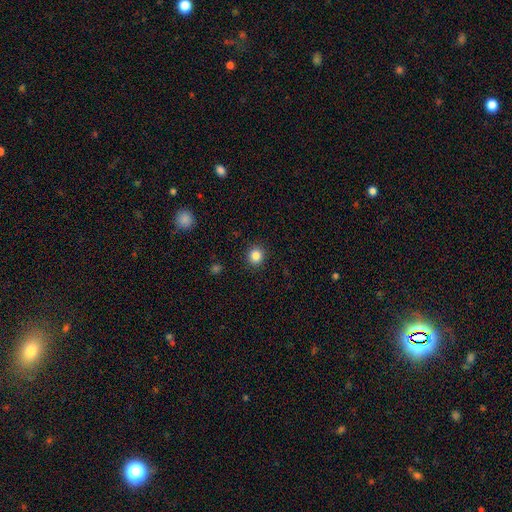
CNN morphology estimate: Smooth or featured? smooth (85%)
How rounded? round (89%)
Merging? none (91%)